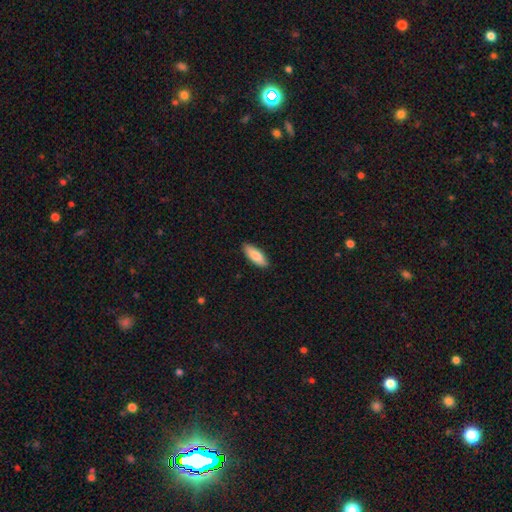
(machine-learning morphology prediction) This appears to be a smooth galaxy with no disk features (84%) that is in between round and cigar-shaped (72%). Merging: none (89%).